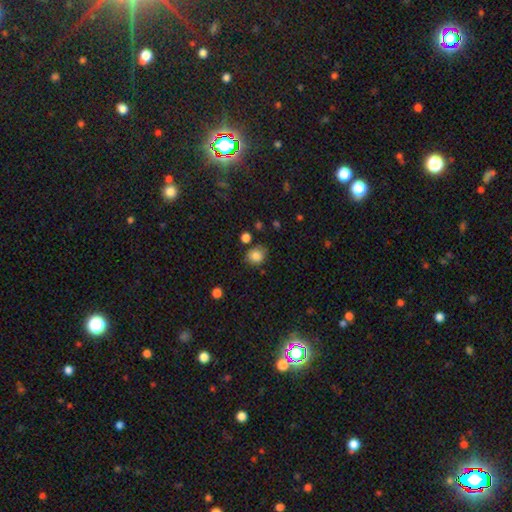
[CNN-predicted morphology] Smooth or featured: smooth — 83% (star or artifact — 10%)
How rounded: round — 68% (in between — 31%)
Merging: none — 73% (minor disturbance — 18%)